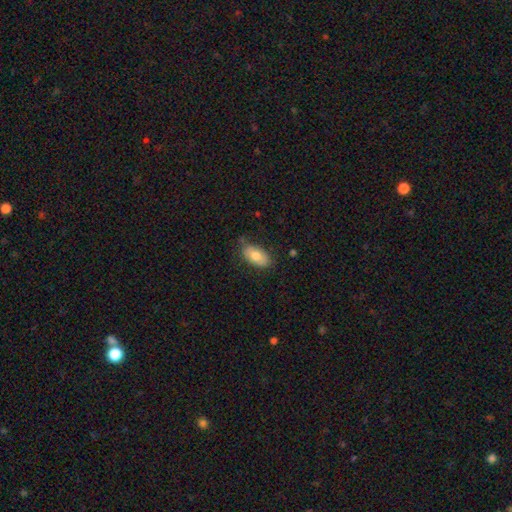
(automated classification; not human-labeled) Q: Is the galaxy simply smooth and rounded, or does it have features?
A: smooth — 76%.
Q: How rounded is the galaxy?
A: in between — 93%.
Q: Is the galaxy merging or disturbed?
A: none — 75%.